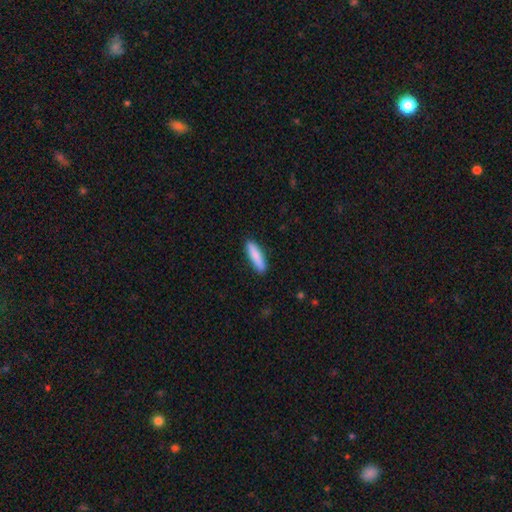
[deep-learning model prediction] A smooth galaxy with no disk features (86%) that is cigar-shaped (72%). Merging: none (88%).